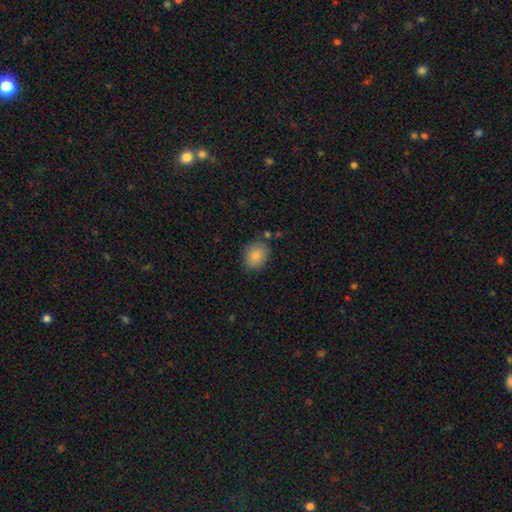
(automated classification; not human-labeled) The model was most divided on "how rounded": in between: 52%, round: 47%, cigar-shaped: 1%. More confident: smooth or featured — smooth (86%); merging — none (77%).